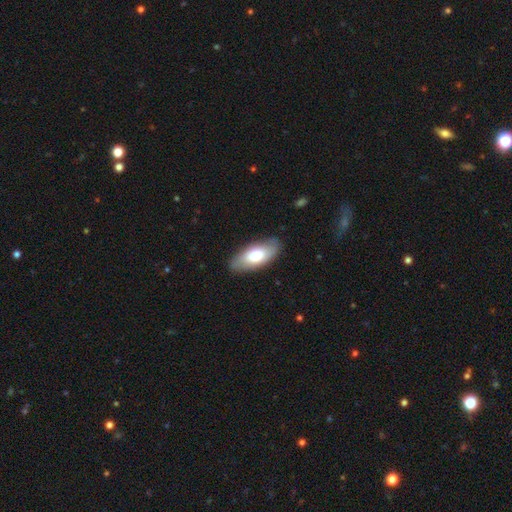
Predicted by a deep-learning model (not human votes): Morphology: type=smooth (70%); roundness=in between (88%); merging=none (82%).